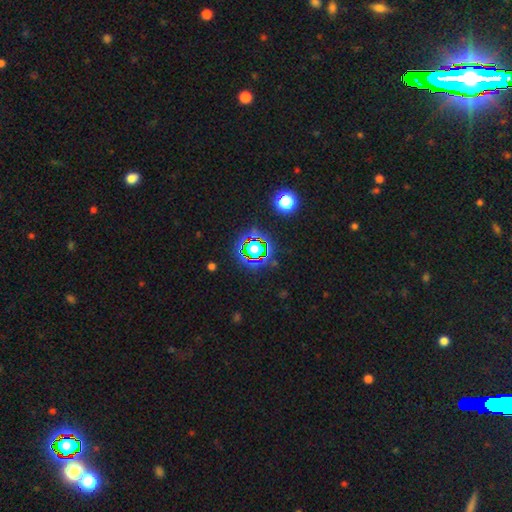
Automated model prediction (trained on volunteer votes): Smooth or featured? Predicted: star or artifact (p=0.76).